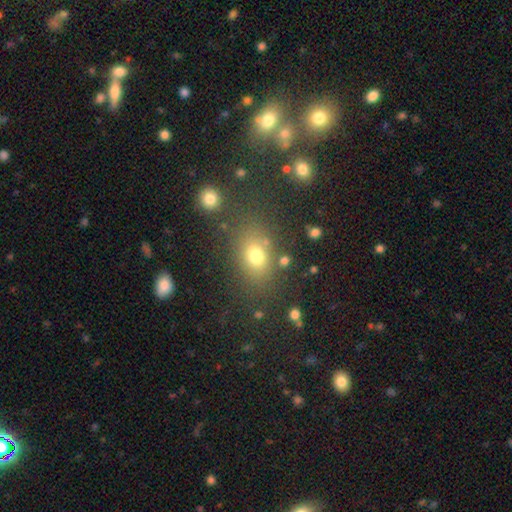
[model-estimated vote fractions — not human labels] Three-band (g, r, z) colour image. It shows a smooth galaxy with no disk features (71%) that is in between round and cigar-shaped (65%). Merging: none (74%).